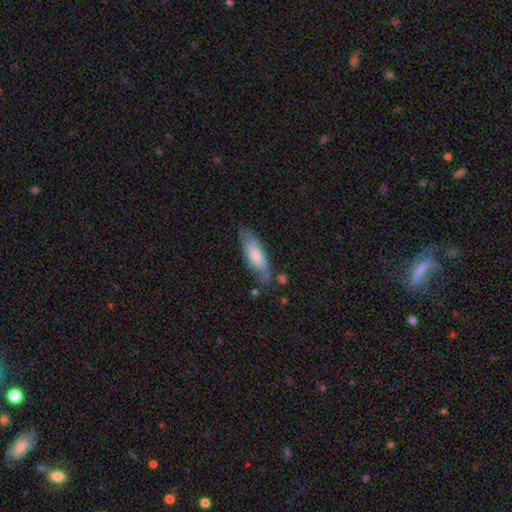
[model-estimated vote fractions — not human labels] smooth-or-featured: smooth: 59% | featured or disk: 35% | star or artifact: 6%
  how-rounded: in between: 62% | cigar-shaped: 36% | round: 2%
  merging: none: 64% | minor disturbance: 24% | major disturbance: 8% | merger: 4%